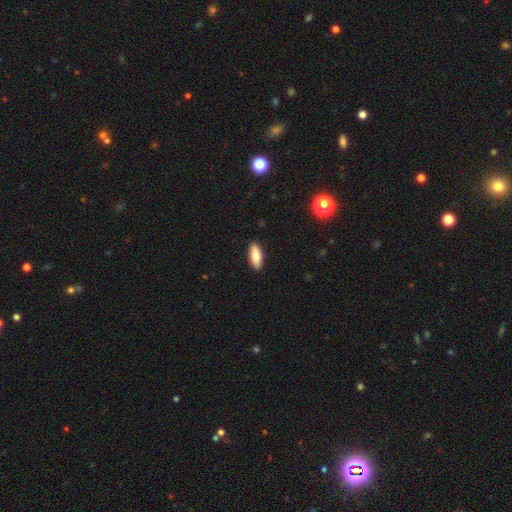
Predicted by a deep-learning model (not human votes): Q: Smooth or featured?
A: smooth (84%); runner-up: featured or disk (10%)
Q: How rounded?
A: in between (72%); runner-up: cigar-shaped (26%)
Q: Merging?
A: none (91%); runner-up: minor disturbance (7%)